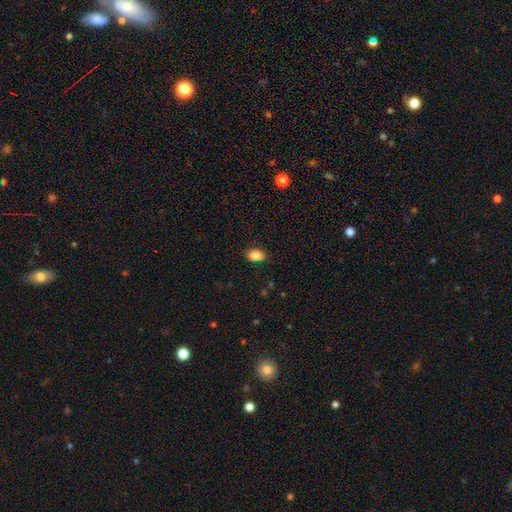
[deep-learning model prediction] Overall: smooth (86%). How rounded: in between (80%). Merging: none (84%).